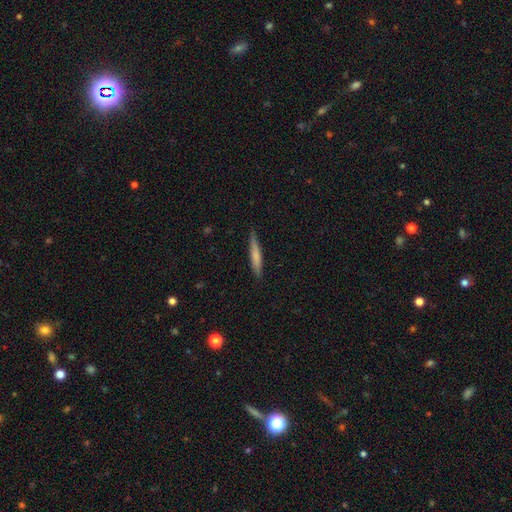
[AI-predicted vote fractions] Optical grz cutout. It shows a smooth galaxy with no disk features (66%) that is cigar-shaped (93%). Merging: none (87%).